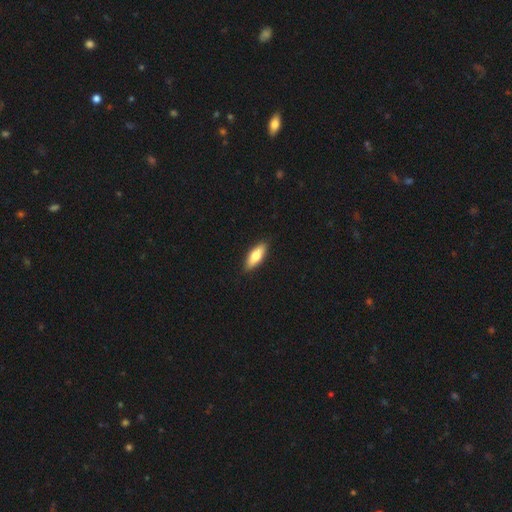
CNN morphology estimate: smooth_or_featured: smooth (p=0.73) [alt: featured or disk p=0.21]
how_rounded: in between (p=0.64) [alt: cigar-shaped p=0.33]
merging: none (p=0.89) [alt: minor disturbance p=0.08]